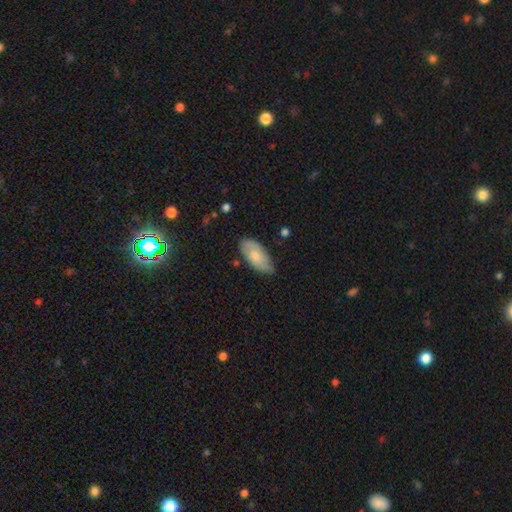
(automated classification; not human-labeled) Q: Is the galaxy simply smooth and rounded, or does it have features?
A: smooth — 70%.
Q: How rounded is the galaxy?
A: in between — 92%.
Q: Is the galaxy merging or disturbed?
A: none — 72%.